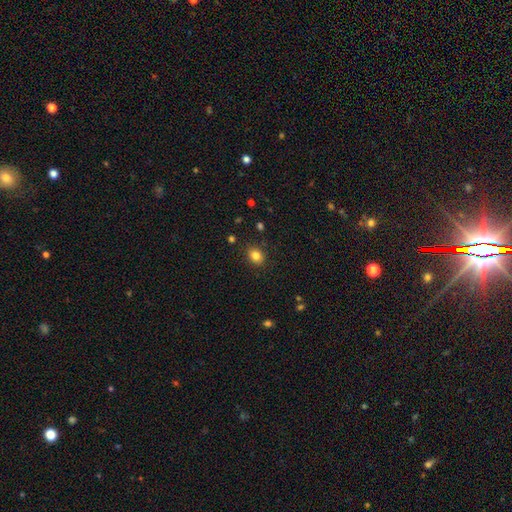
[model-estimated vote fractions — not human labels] A smooth galaxy with no disk features (83%) that is in between round and cigar-shaped (53%). Merging: none (87%).